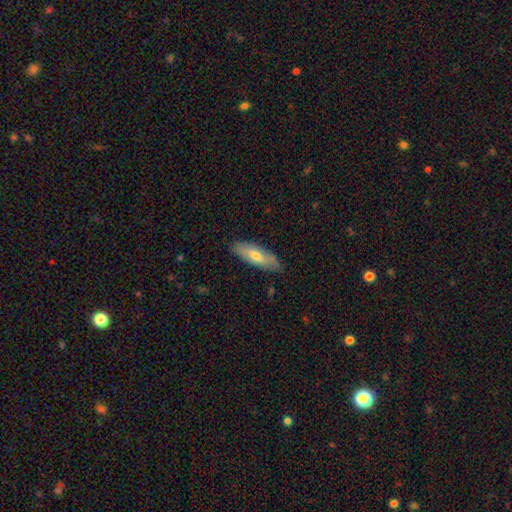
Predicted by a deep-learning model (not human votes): This appears to be a smooth galaxy with no disk features (59%) that is in between round and cigar-shaped (49%, tied with cigar-shaped). Merging: none (85%).